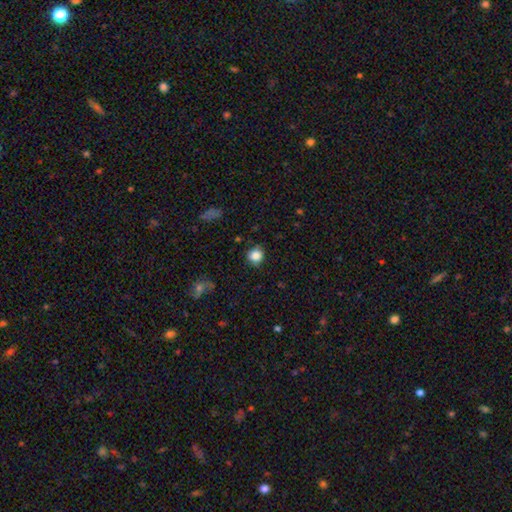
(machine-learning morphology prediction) Smooth or featured? smooth (85%)
How rounded? round (87%)
Merging? none (81%)